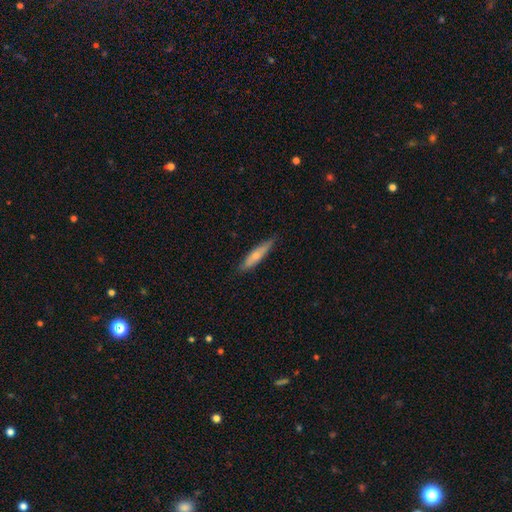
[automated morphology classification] smooth-or-featured: smooth: 65% | featured or disk: 30% | star or artifact: 6%
  how-rounded: cigar-shaped: 83% | in between: 15% | round: 2%
  merging: none: 83% | minor disturbance: 14% | major disturbance: 2% | merger: 1%